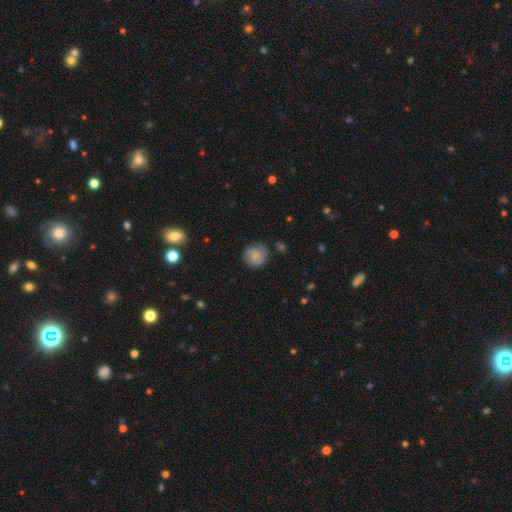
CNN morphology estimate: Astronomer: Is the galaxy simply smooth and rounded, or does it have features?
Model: smooth — 70%.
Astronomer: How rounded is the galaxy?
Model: round — 88%.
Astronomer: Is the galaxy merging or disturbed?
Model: none — 71%.